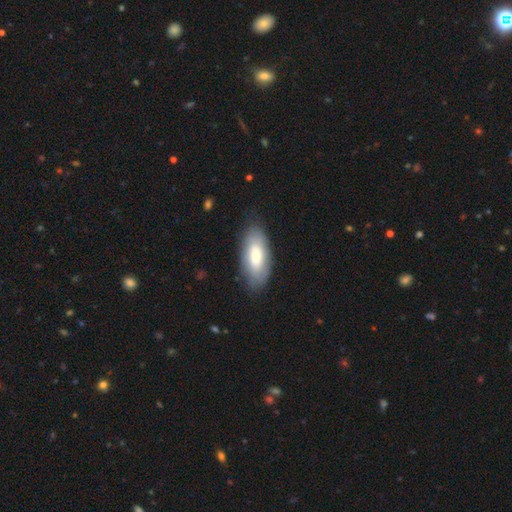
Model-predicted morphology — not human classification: This appears to be a smooth galaxy with no disk features (68%) that is in between round and cigar-shaped (87%). Merging: none (80%).